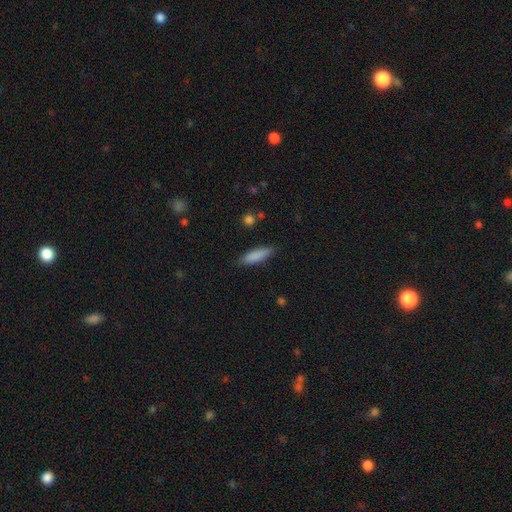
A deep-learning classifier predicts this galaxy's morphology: Smooth or featured?
  - smooth: 86% *
  - featured or disk: 7%
  - star or artifact: 7%
How rounded?
  - cigar-shaped: 62% *
  - in between: 36%
  - round: 2%
Merging?
  - none: 84% *
  - minor disturbance: 12%
  - major disturbance: 2%
  - merger: 2%